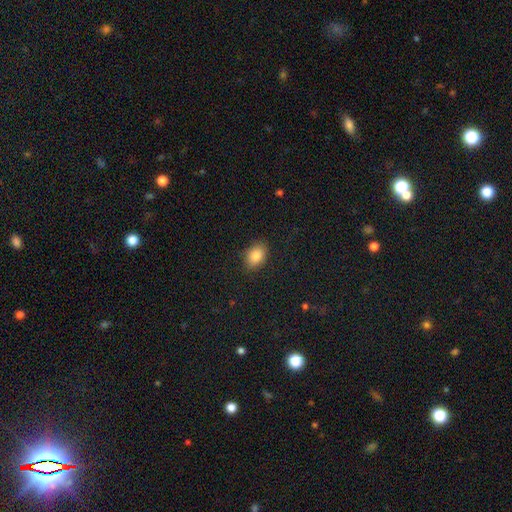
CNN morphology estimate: type=smooth (85%); roundness=in between (80%); merging=none (85%).